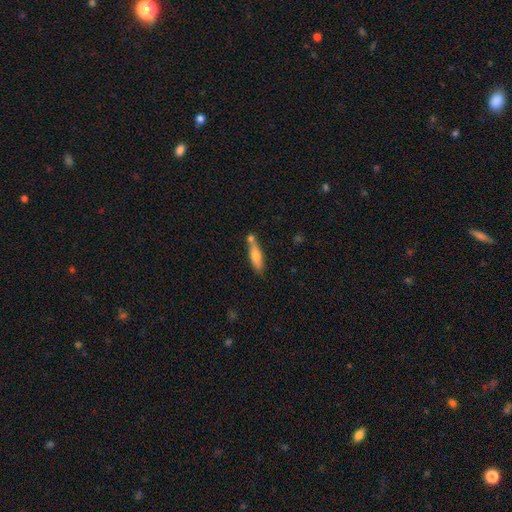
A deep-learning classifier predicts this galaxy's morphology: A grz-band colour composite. It shows a smooth galaxy with no disk features (68%) that is cigar-shaped (64%). Merging: none (52%).